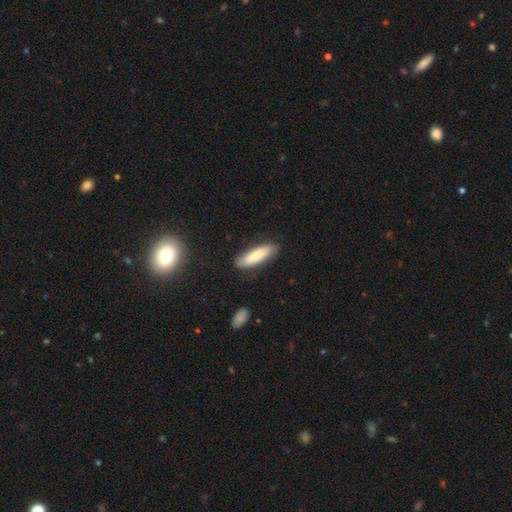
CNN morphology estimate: smooth_or_featured: smooth (p=0.80) [alt: featured or disk p=0.14]
how_rounded: cigar-shaped (p=0.52) [alt: in between p=0.46]
merging: none (p=0.83) [alt: minor disturbance p=0.13]